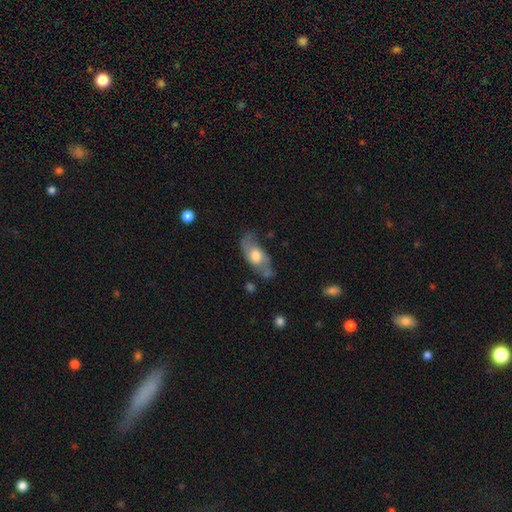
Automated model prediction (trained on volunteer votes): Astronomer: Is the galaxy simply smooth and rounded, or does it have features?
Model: smooth — 49% (runner-up: featured or disk, 45%).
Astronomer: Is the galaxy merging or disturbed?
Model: none — 60%.